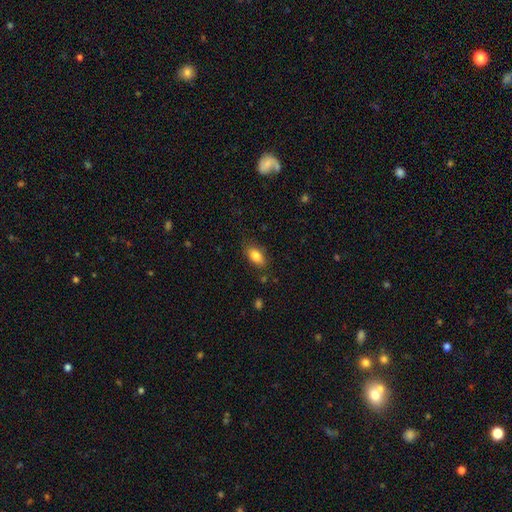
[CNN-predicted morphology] This appears to be a smooth galaxy with no disk features (83%) that is in between round and cigar-shaped (88%). Merging: none (78%).